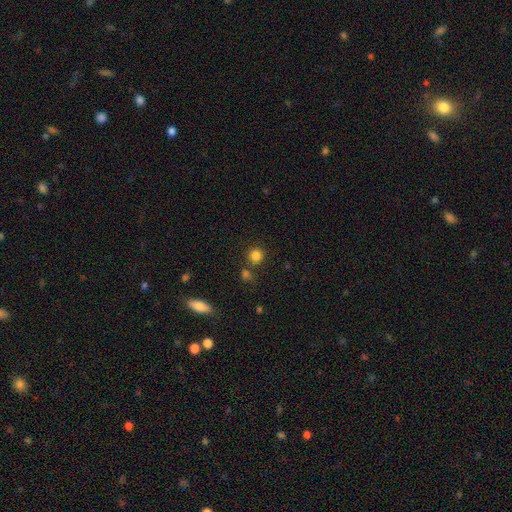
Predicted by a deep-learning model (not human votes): Smooth or featured?
  - smooth: 82% *
  - star or artifact: 13%
  - featured or disk: 4%
How rounded?
  - round: 90% *
  - in between: 9%
  - cigar-shaped: 1%
Merging?
  - none: 77% *
  - merger: 12%
  - minor disturbance: 8%
  - major disturbance: 3%